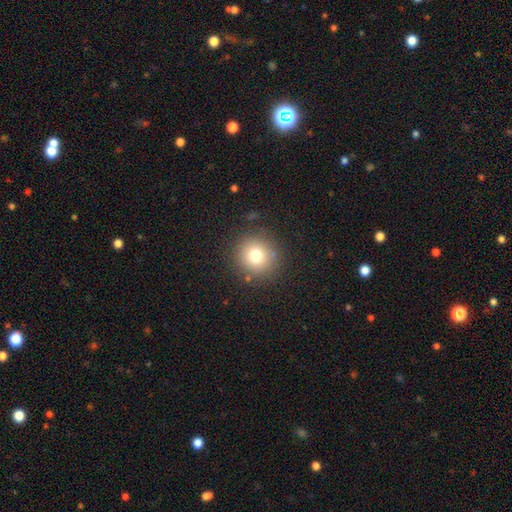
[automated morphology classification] Overall: smooth (75%). How rounded: round (93%). Merging: none (87%).